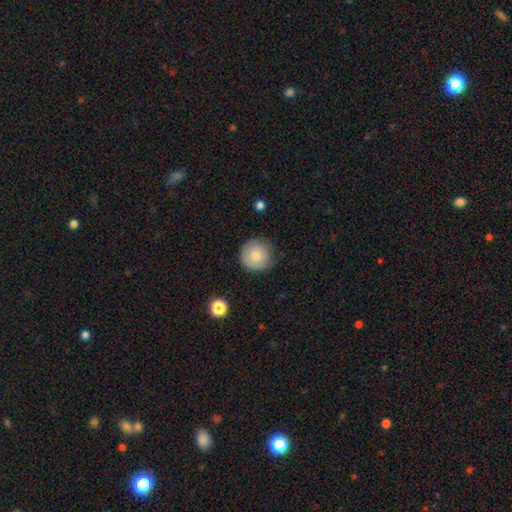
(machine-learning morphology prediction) Smooth or featured?
  - smooth: 83% *
  - featured or disk: 9%
  - star or artifact: 8%
How rounded?
  - round: 95% *
  - in between: 4%
  - cigar-shaped: 1%
Merging?
  - none: 82% *
  - minor disturbance: 13%
  - major disturbance: 3%
  - merger: 1%